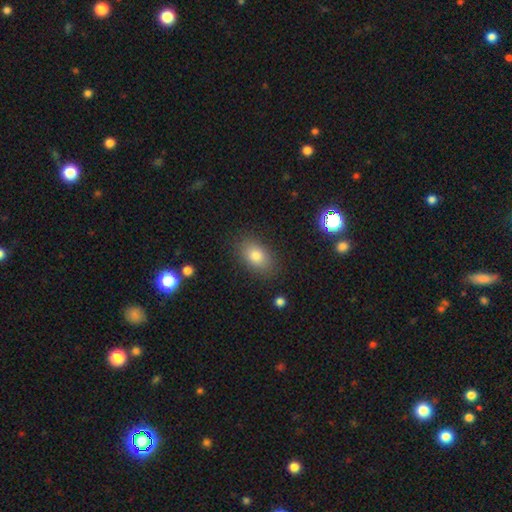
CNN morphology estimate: Smooth or featured? Predicted: smooth (p=0.79). How rounded? Predicted: in between (p=0.83). Merging? Predicted: none (p=0.85).